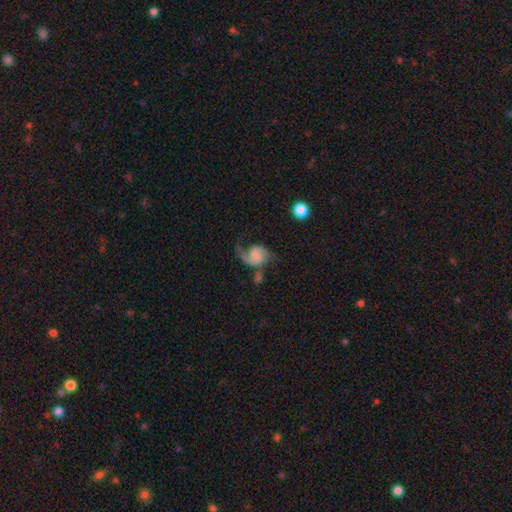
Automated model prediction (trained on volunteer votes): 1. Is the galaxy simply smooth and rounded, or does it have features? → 72% featured or disk, 21% smooth, 7% star or artifact.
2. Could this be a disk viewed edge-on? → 98% no, 2% yes.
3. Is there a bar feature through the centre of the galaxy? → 51% no, 39% weak, 10% strong.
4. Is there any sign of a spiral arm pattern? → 93% yes, 7% no.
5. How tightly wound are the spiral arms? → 48% loose, 39% medium, 13% tight.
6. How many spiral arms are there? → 63% 2, 31% 1, 4% can't tell, 1% 3, 1% 4, 1% more than 4.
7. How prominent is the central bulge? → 43% none, 27% small, 18% moderate, 9% large, 3% dominant.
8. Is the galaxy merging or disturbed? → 39% none, 30% major disturbance, 22% minor disturbance, 9% merger.